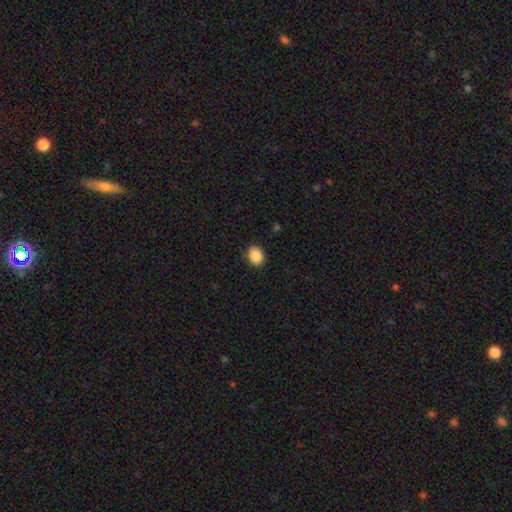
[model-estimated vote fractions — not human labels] smooth 89%, star or artifact 8%, featured or disk 3%. Down the decision tree: how rounded — round (57%); merging — none (89%).